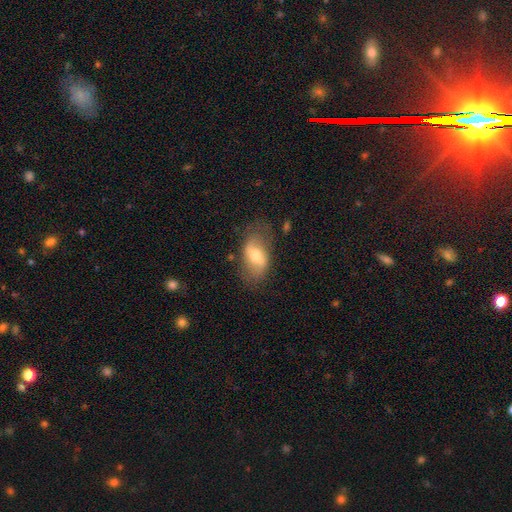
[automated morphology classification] smooth-or-featured: smooth: 51% | featured or disk: 42% | star or artifact: 7%
  how-rounded: in between: 90% | round: 7% | cigar-shaped: 3%
  merging: none: 67% | minor disturbance: 22% | major disturbance: 9% | merger: 2%